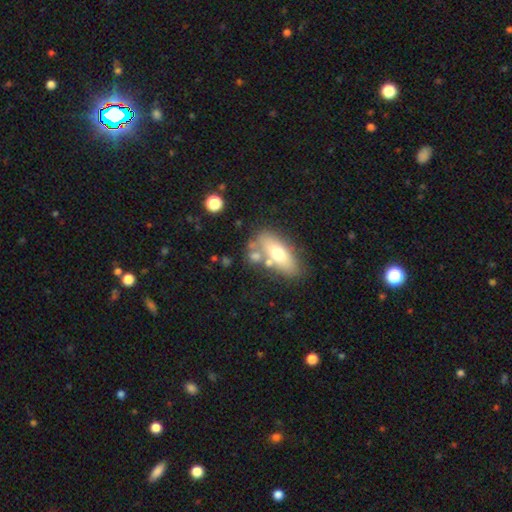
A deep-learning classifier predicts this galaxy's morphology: smooth-or-featured: smooth: 59% | featured or disk: 32% | star or artifact: 9%
  how-rounded: in between: 69% | cigar-shaped: 20% | round: 11%
  merging: none: 58% | merger: 20% | minor disturbance: 15% | major disturbance: 7%